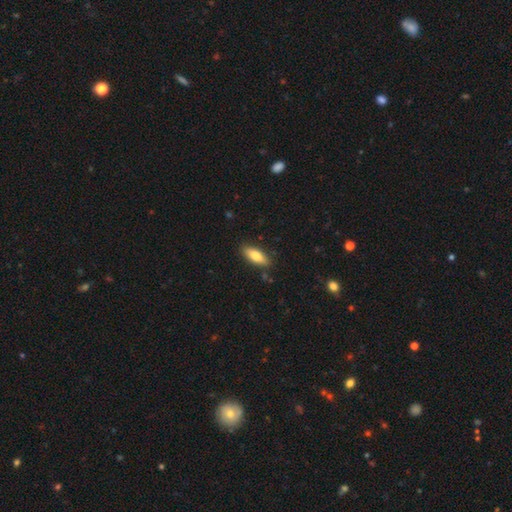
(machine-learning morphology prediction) This is likely a smooth galaxy (79%). How rounded: likely in between (70%). Merging: clearly none (86%).